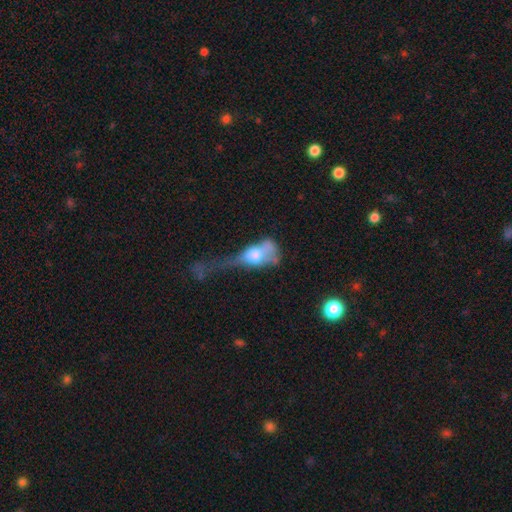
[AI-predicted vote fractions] Overall: smooth (59%; featured or disk 32%). How rounded: in between (73%). Merging: major disturbance (56%; minor disturbance 16%).